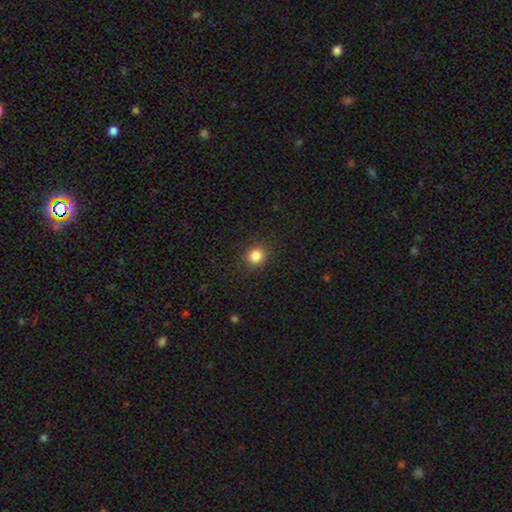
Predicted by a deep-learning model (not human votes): Q: Smooth or featured?
A: smooth (85%); runner-up: star or artifact (11%)
Q: How rounded?
A: round (82%); runner-up: in between (17%)
Q: Merging?
A: none (89%); runner-up: minor disturbance (8%)